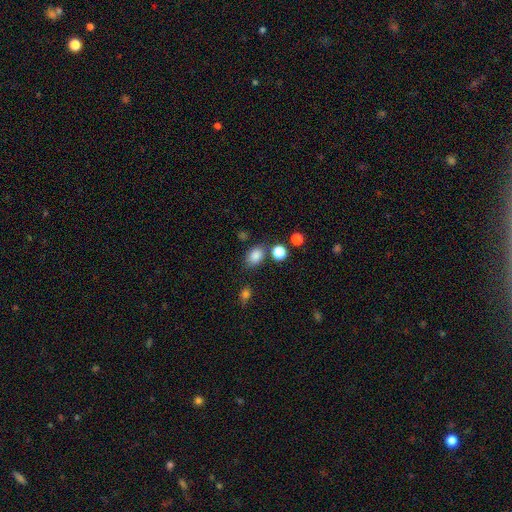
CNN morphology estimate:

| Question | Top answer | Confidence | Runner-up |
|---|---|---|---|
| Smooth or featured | smooth | 83% | star or artifact (12%) |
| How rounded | in between | 70% | round (29%) |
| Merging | none | 74% | minor disturbance (13%) |